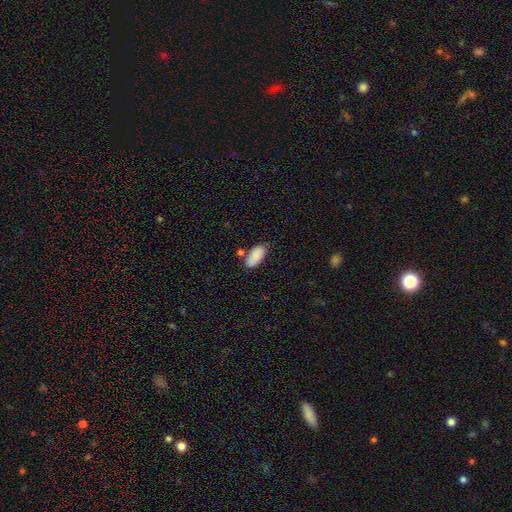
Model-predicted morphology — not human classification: type=smooth (87%); roundness=in between (89%); merging=none (63%).